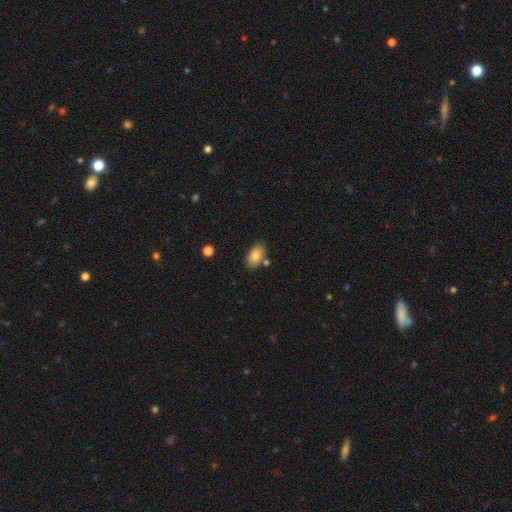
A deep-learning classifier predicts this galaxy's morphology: Smooth or featured? Predicted: smooth (p=0.82). How rounded? Predicted: in between (p=0.91). Merging? Predicted: none (p=0.75).